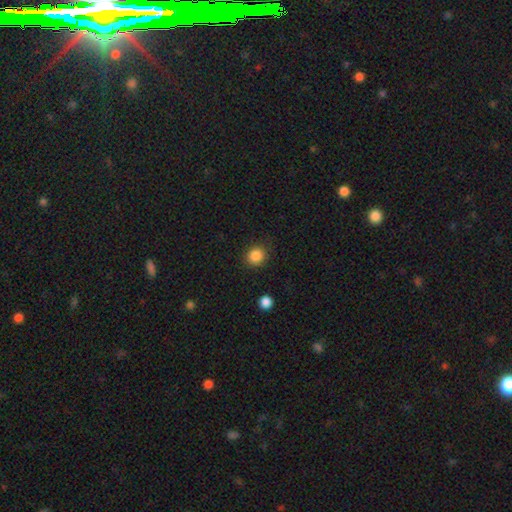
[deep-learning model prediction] Morphology: type=smooth (86%); roundness=round (87%); merging=none (88%).